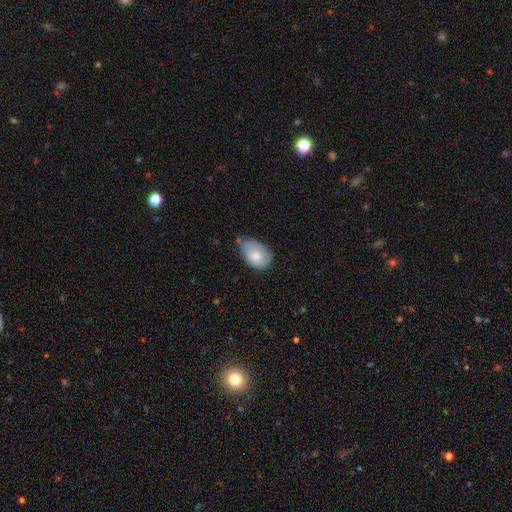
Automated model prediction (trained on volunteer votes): Smooth or featured?
  - smooth: 75% *
  - featured or disk: 18%
  - star or artifact: 6%
How rounded?
  - in between: 84% *
  - round: 14%
  - cigar-shaped: 1%
Merging?
  - none: 49% *
  - minor disturbance: 39%
  - major disturbance: 8%
  - merger: 4%